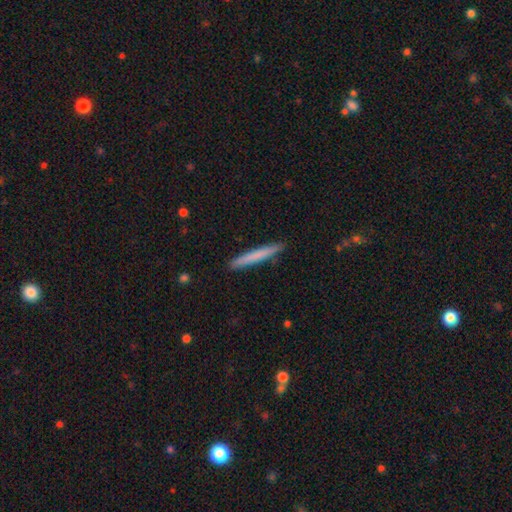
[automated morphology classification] smooth-or-featured: smooth: 72% | featured or disk: 22% | star or artifact: 5%
  how-rounded: cigar-shaped: 97% | in between: 2% | round: 1%
  merging: none: 91% | minor disturbance: 6% | major disturbance: 1% | merger: 1%